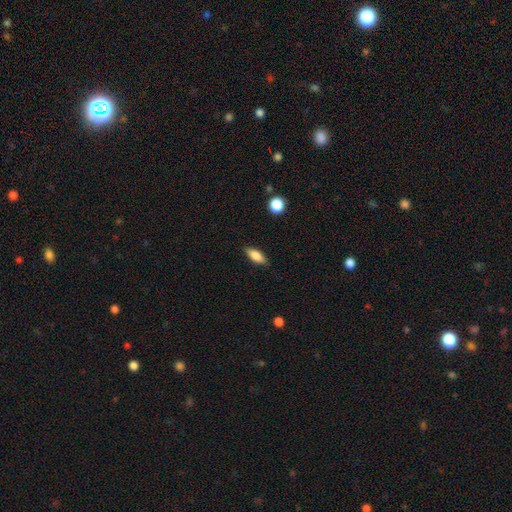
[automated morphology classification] Overall: smooth (83%). How rounded: in between (79%). Merging: none (86%).